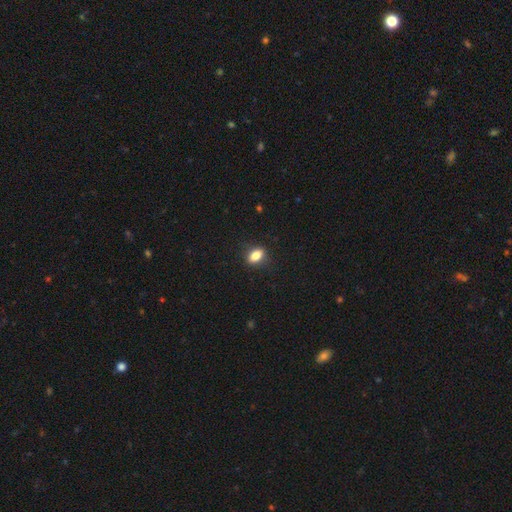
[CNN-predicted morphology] smooth 82%, featured or disk 9%, star or artifact 9%. Down the decision tree: how rounded — in between (80%); merging — none (86%).